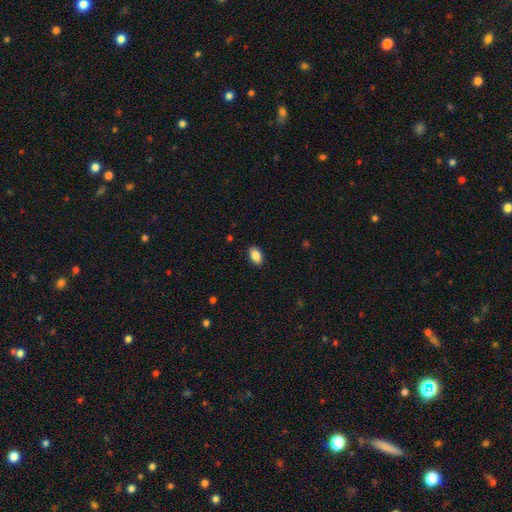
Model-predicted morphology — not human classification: The model was most divided on "smooth or featured": smooth: 87%, star or artifact: 8%, featured or disk: 6%. More confident: how rounded — in between (91%); merging — none (89%).